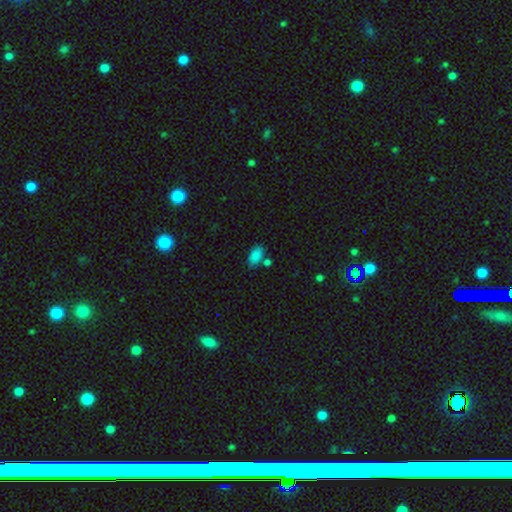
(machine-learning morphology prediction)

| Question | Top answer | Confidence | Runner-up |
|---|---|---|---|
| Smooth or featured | smooth | 85% | star or artifact (10%) |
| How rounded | in between | 92% | round (5%) |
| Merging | none | 66% | merger (15%) |